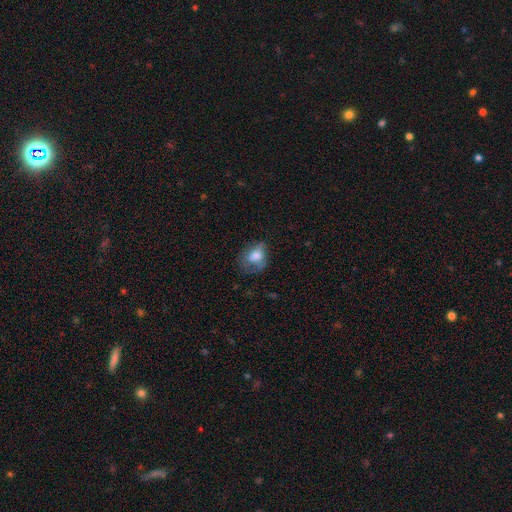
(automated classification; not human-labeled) This is likely a smooth galaxy (65%). How rounded: likely in between (68%). Merging: marginally none (36%).